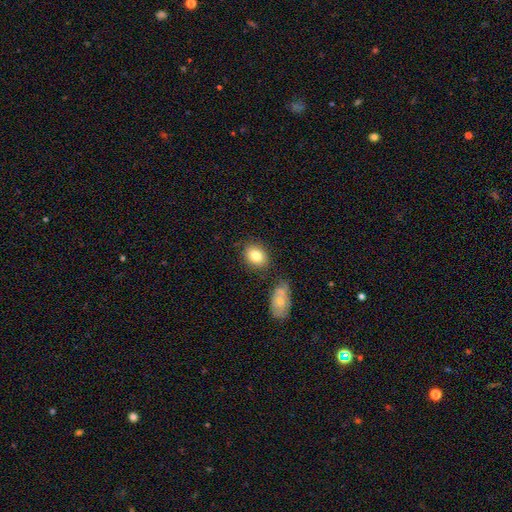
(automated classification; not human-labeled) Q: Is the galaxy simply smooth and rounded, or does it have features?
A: smooth — 82%.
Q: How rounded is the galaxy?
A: in between — 61%.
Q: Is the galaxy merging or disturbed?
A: none — 77%.